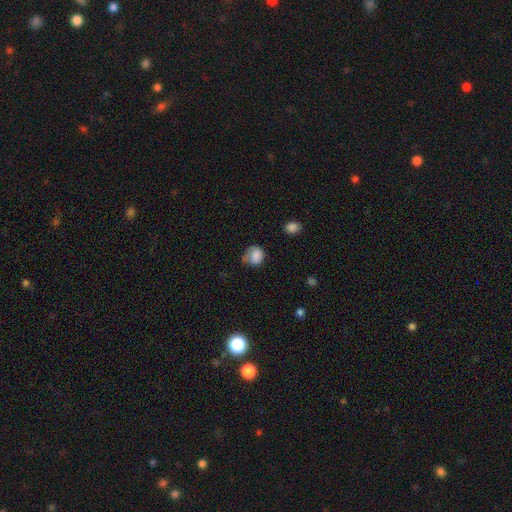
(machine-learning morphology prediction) Q: Smooth or featured?
A: smooth (81%); runner-up: featured or disk (10%)
Q: How rounded?
A: round (65%); runner-up: in between (34%)
Q: Merging?
A: none (45%); runner-up: minor disturbance (34%)